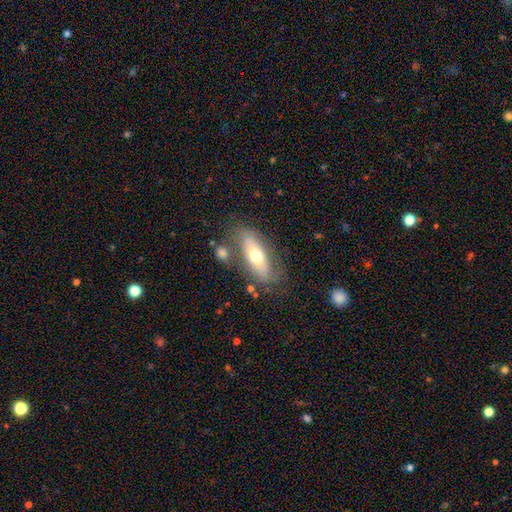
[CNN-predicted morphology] smooth 53%, featured or disk 41%, star or artifact 6%. Down the decision tree: how rounded — in between (73%); merging — none (67%).